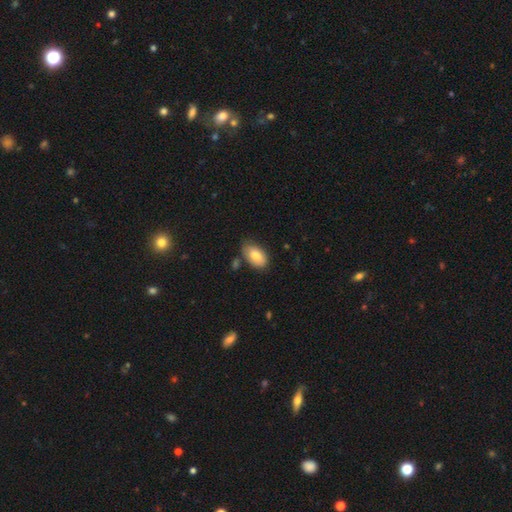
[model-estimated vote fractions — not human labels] Smooth or featured? Predicted: smooth (p=0.80). How rounded? Predicted: in between (p=0.94). Merging? Predicted: none (p=0.70).